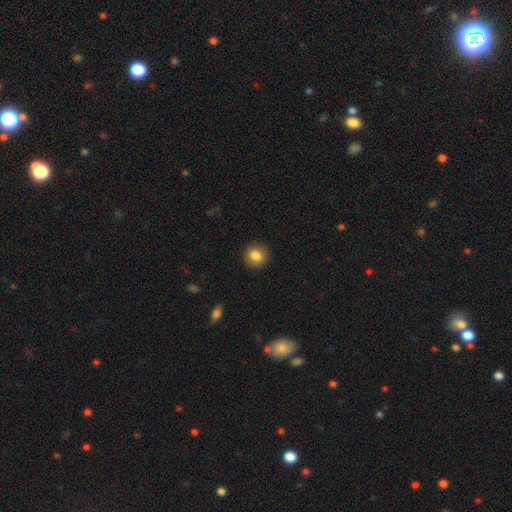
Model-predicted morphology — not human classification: Smooth or featured? smooth (83%)
How rounded? round (86%)
Merging? none (91%)